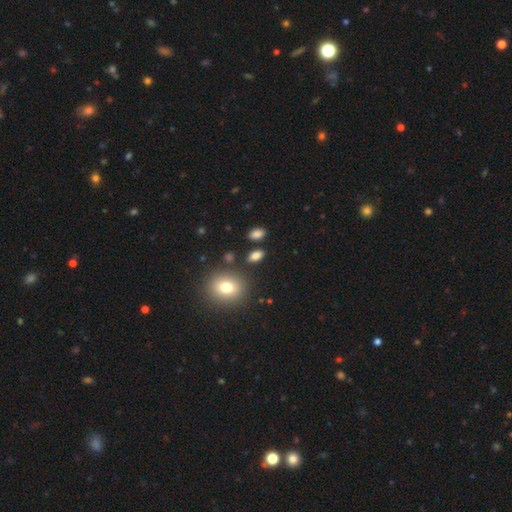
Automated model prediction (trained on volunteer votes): This is clearly a smooth galaxy (82%). How rounded: clearly in between (84%). Merging: clearly none (85%).